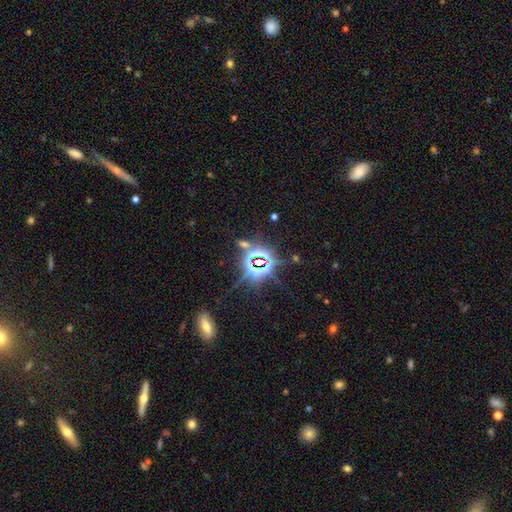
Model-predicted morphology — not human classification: Overall: star or artifact (80%).